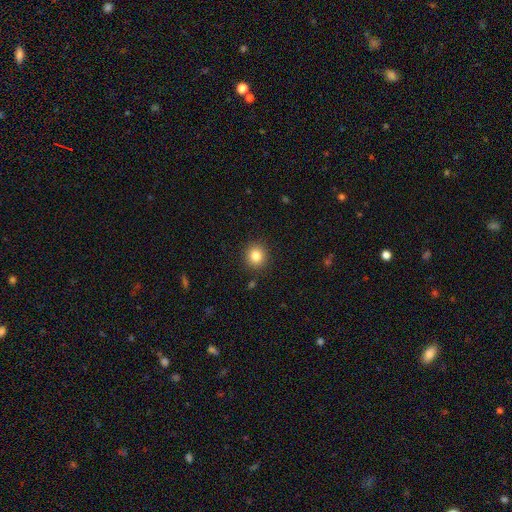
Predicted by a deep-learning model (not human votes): Smooth or featured: smooth — 82% (star or artifact — 11%)
How rounded: round — 90% (in between — 9%)
Merging: none — 90% (minor disturbance — 6%)